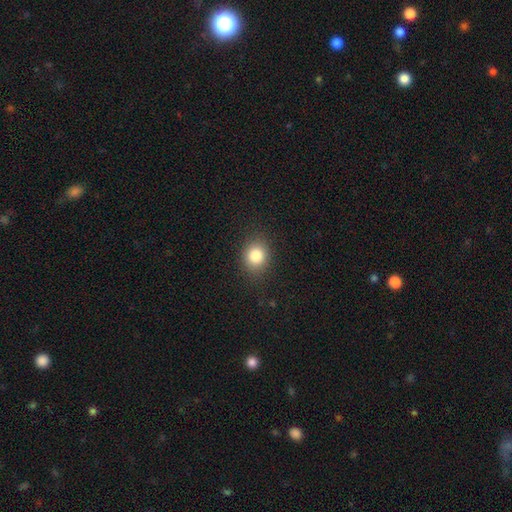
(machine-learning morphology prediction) The model was most divided on "how rounded": round: 67%, in between: 32%, cigar-shaped: 1%. More confident: merging — none (86%); smooth or featured — smooth (83%).